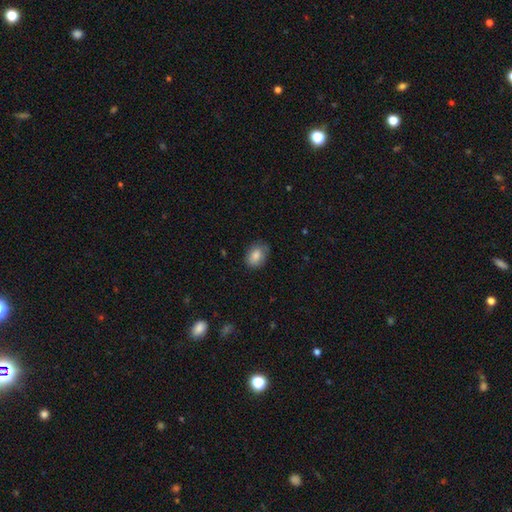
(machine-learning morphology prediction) Smooth or featured? smooth (84%)
How rounded? in between (72%)
Merging? none (73%)